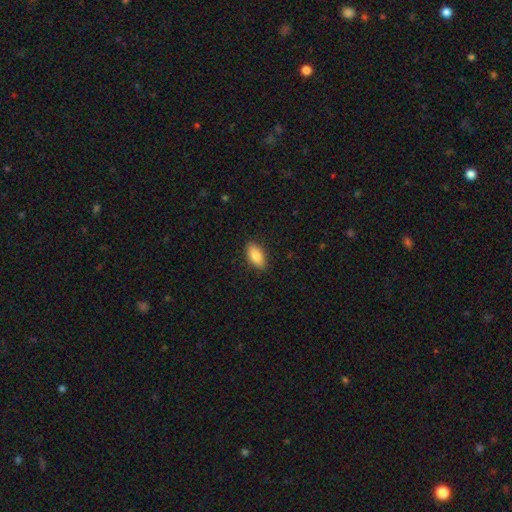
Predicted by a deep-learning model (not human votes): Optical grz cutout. It shows a smooth galaxy with no disk features (84%) that is in between round and cigar-shaped (89%). Merging: none (87%).